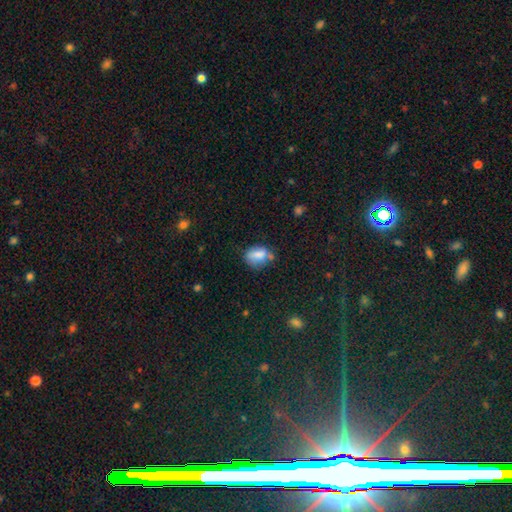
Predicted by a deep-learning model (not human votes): This is likely a smooth galaxy (76%). How rounded: likely in between (69%). Merging: possibly none (48%).